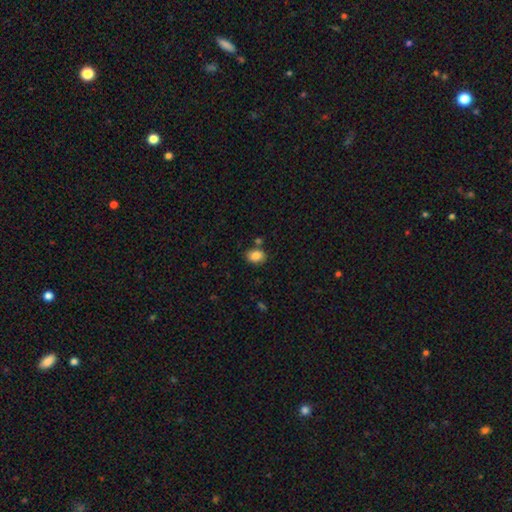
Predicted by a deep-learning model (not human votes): Smooth or featured: smooth — 86% (star or artifact — 9%)
How rounded: in between — 69% (round — 30%)
Merging: none — 76% (minor disturbance — 13%)